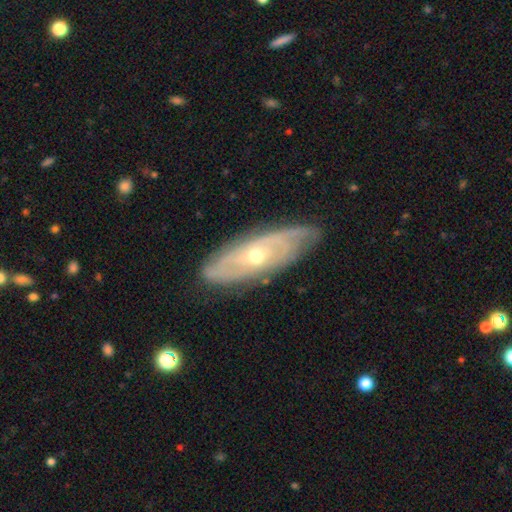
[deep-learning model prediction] Morphology: type=featured or disk (78%); edge-on=no (79%); bar=no (76%); spiral arms=yes (83%); winding=tight (66%); arm count=can't tell (53%); bulge=moderate (50%); merging=none (78%).